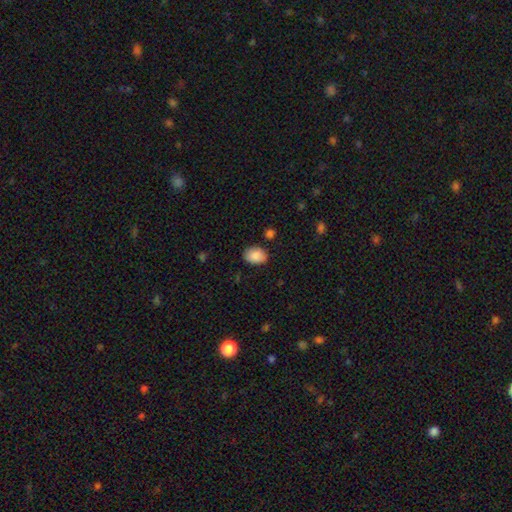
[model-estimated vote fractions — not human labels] Morphology: type=smooth (88%); roundness=in between (75%); merging=none (81%).